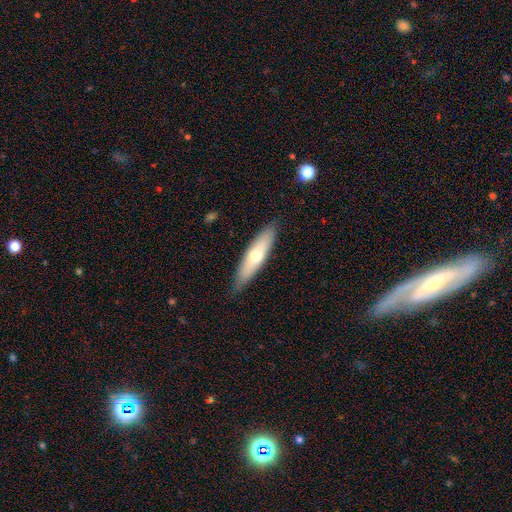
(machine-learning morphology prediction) smooth_or_featured: smooth (p=0.56) [alt: featured or disk p=0.38]
how_rounded: cigar-shaped (p=0.68) [alt: in between p=0.31]
merging: none (p=0.85) [alt: minor disturbance p=0.12]